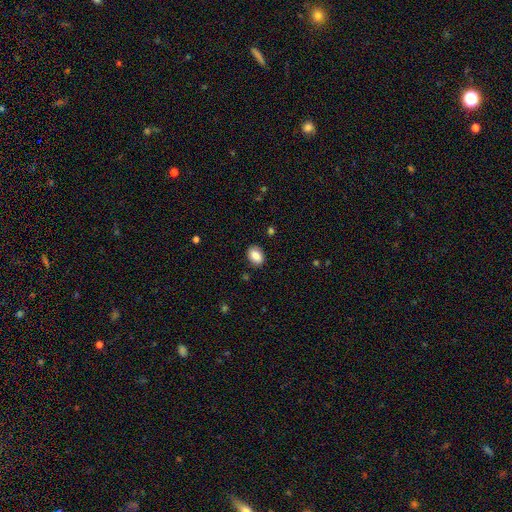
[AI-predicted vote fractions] Morphology: type=smooth (86%); roundness=in between (79%); merging=none (87%).